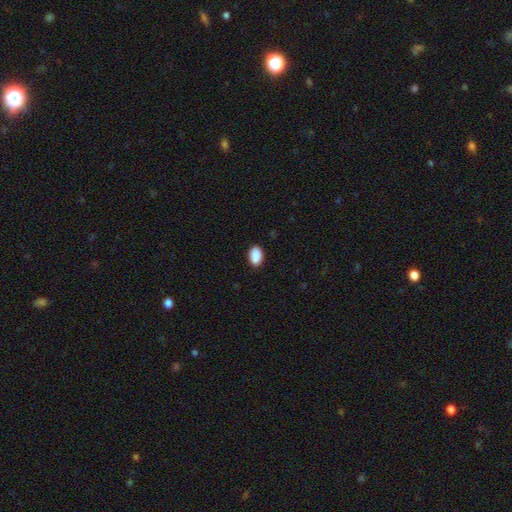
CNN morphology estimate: smooth-or-featured: smooth: 91% | star or artifact: 7% | featured or disk: 3%
  how-rounded: in between: 90% | round: 9% | cigar-shaped: 1%
  merging: none: 87% | minor disturbance: 10% | major disturbance: 2% | merger: 1%